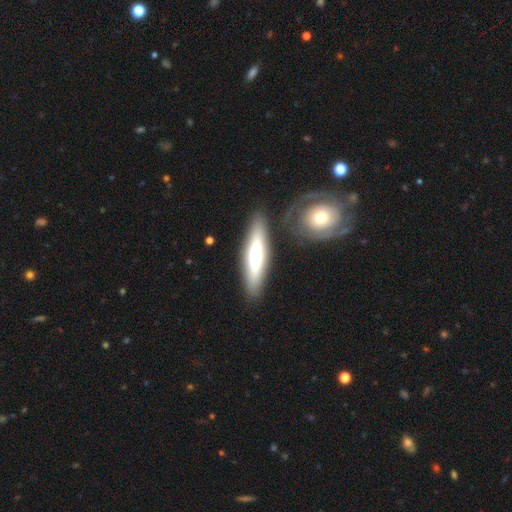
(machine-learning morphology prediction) smooth 57%, featured or disk 37%, star or artifact 6%. Down the decision tree: how rounded — cigar-shaped (71%); merging — none (82%).